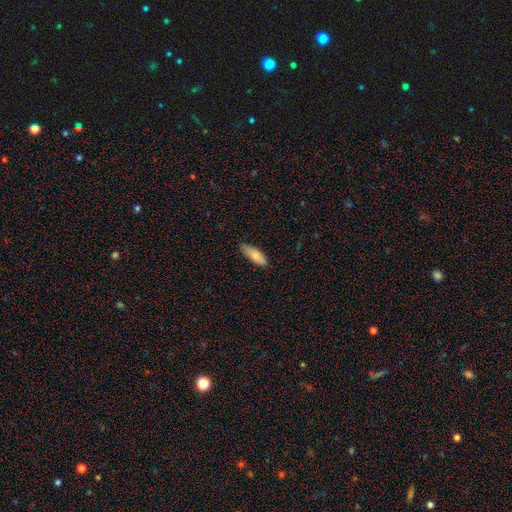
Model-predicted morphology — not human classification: Smooth or featured?
  - smooth: 78% *
  - featured or disk: 15%
  - star or artifact: 6%
How rounded?
  - in between: 67% *
  - cigar-shaped: 31%
  - round: 2%
Merging?
  - none: 81% *
  - minor disturbance: 15%
  - major disturbance: 2%
  - merger: 1%